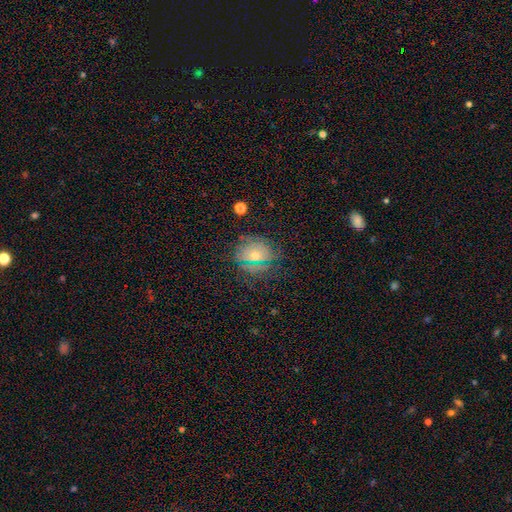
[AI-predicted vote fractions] Q: Smooth or featured?
A: smooth (46%); runner-up: featured or disk (31%)
Q: Merging?
A: none (78%); runner-up: minor disturbance (15%)